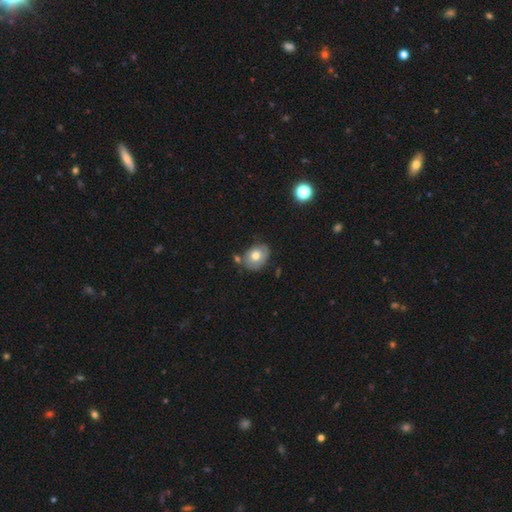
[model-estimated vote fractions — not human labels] The model was most divided on "how rounded": in between: 59%, round: 40%, cigar-shaped: 1%. More confident: smooth or featured — smooth (68%); merging — none (62%).